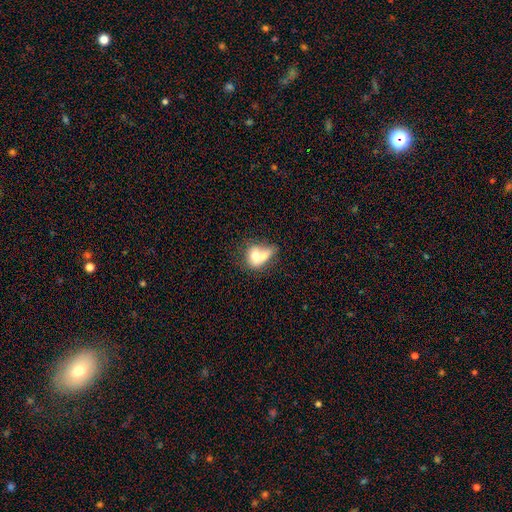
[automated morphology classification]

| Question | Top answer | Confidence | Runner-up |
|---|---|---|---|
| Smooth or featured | smooth | 66% | featured or disk (26%) |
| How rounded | in between | 54% | round (44%) |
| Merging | merger | 62% | none (18%) |